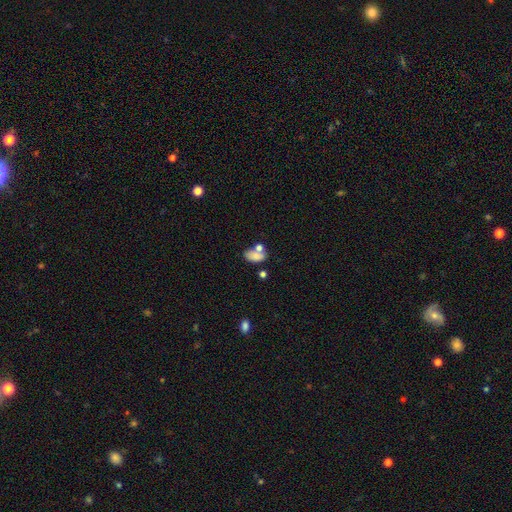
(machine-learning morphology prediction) Smooth or featured? Predicted: smooth (p=0.78). How rounded? Predicted: in between (p=0.88). Merging? Predicted: none (p=0.43).